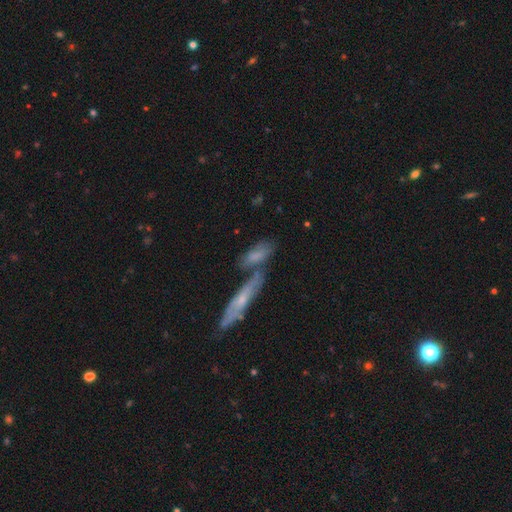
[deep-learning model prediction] Q: Smooth or featured?
A: smooth (64%); runner-up: featured or disk (28%)
Q: How rounded?
A: in between (55%); runner-up: cigar-shaped (41%)
Q: Merging?
A: none (41%); runner-up: merger (38%)